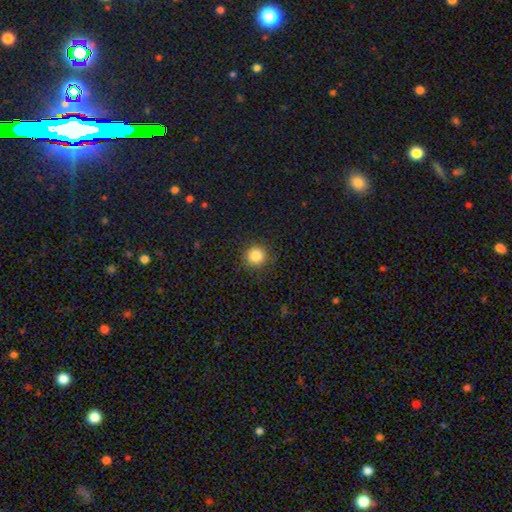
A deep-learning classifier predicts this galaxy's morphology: type=smooth (84%); roundness=round (94%); merging=none (90%).